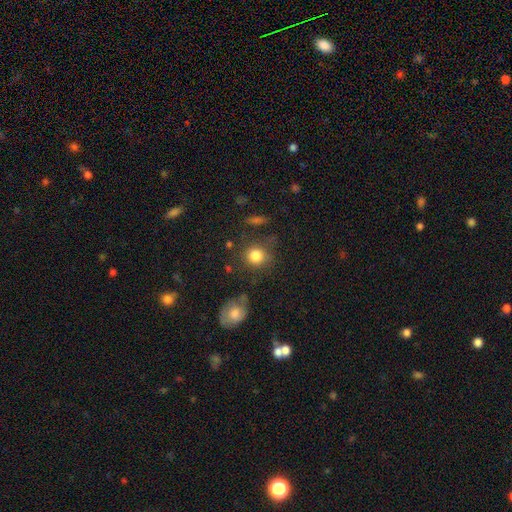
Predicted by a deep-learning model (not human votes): Smooth or featured? Predicted: smooth (p=0.83). How rounded? Predicted: round (p=0.85). Merging? Predicted: none (p=0.73).